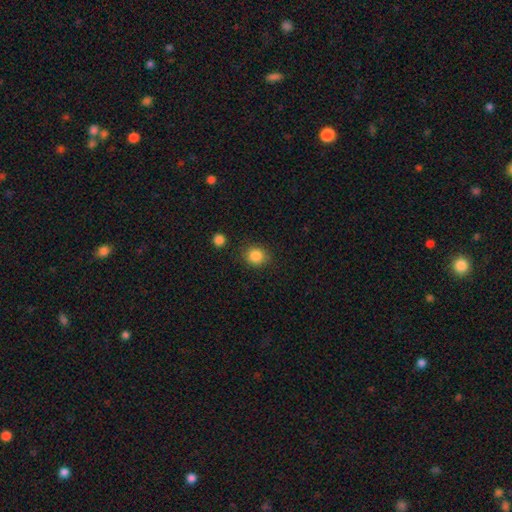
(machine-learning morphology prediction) The model was most divided on "how rounded": round: 82%, in between: 17%, cigar-shaped: 1%. More confident: smooth or featured — smooth (86%); merging — none (85%).